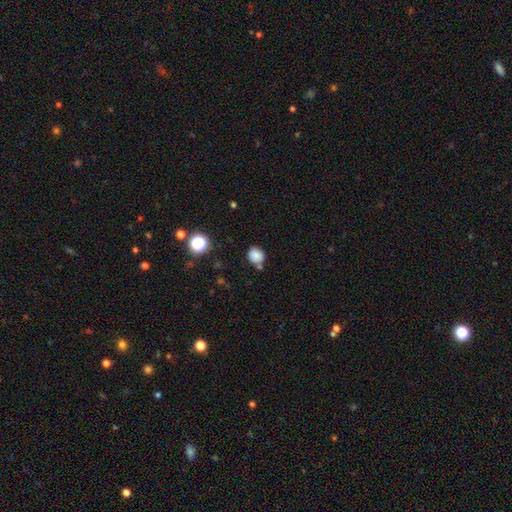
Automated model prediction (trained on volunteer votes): This appears to be a smooth galaxy with no disk features (83%) that is round (73%). Merging: none (71%).